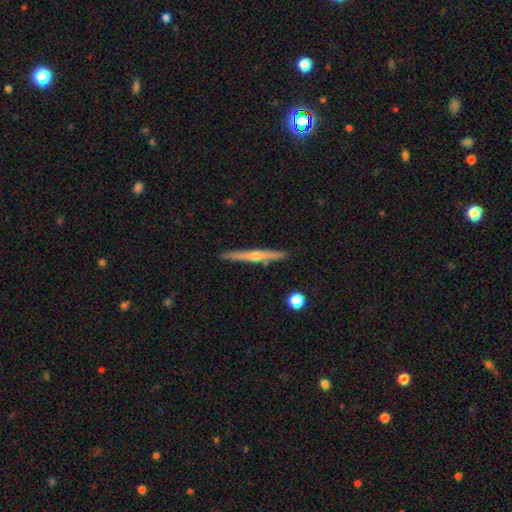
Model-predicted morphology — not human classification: smooth_or_featured: featured or disk (p=0.73) [alt: smooth p=0.21]
disk_edge_on: yes (p=0.98) [alt: no p=0.02]
edge_on_bulge: rounded (p=0.85) [alt: none p=0.12]
merging: none (p=0.91) [alt: minor disturbance p=0.06]